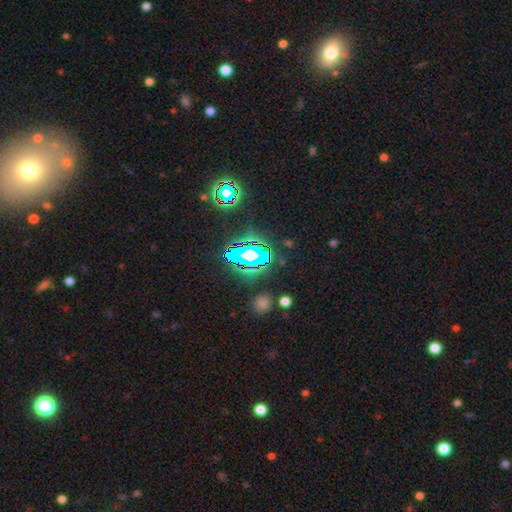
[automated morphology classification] Smooth or featured: star or artifact — 76% (smooth — 14%)